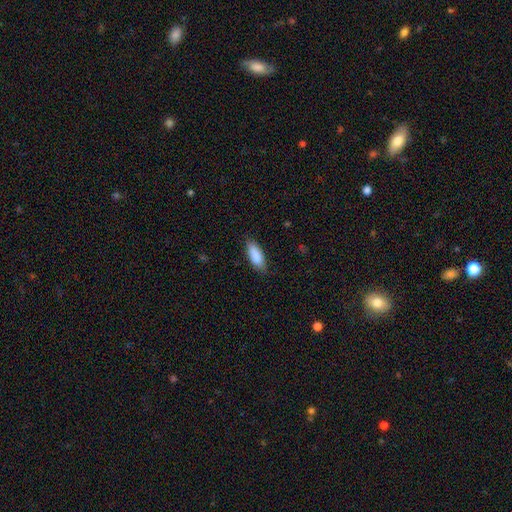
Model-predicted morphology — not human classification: A smooth galaxy with no disk features (88%) that is in between round and cigar-shaped (74%). Merging: none (82%).